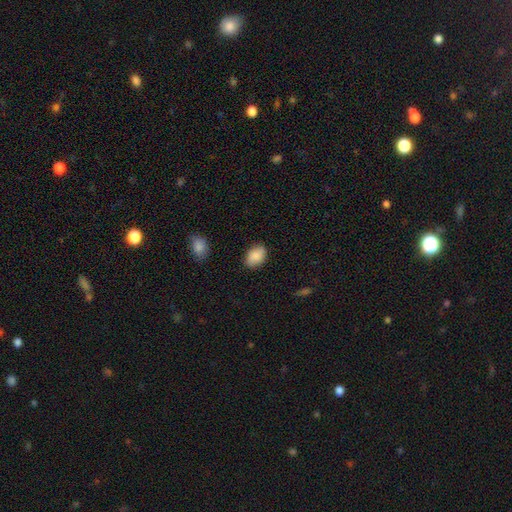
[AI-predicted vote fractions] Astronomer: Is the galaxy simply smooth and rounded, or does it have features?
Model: smooth — 86%.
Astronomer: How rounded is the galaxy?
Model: in between — 83%.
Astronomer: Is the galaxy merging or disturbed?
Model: none — 81%.